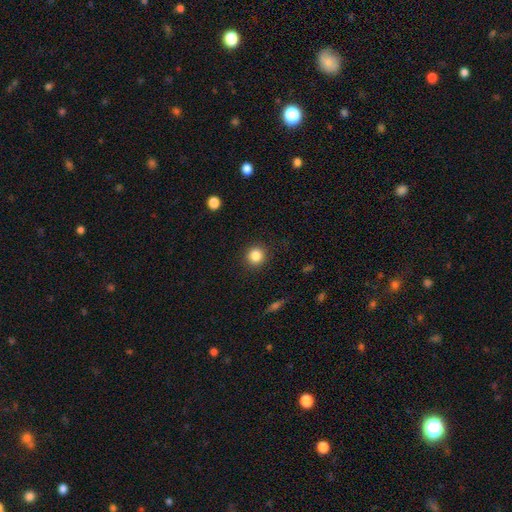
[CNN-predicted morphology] smooth 85%, star or artifact 11%, featured or disk 5%. Down the decision tree: how rounded — round (91%); merging — none (90%).